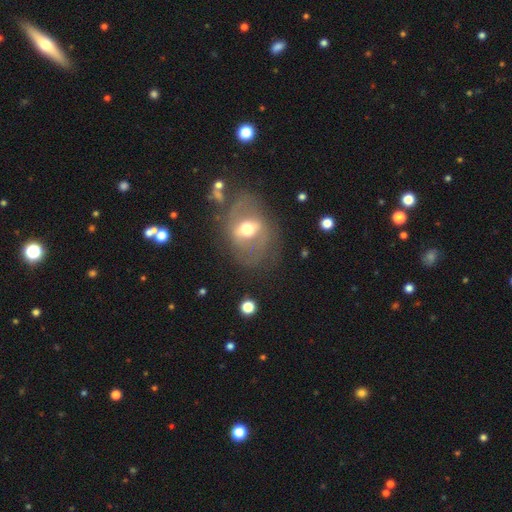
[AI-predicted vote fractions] featured or disk 59%, smooth 29%, star or artifact 12%. Down the decision tree: edge-on disk — no (92%); bar — weak (46%); spiral arms — no (53%); bulge size — moderate (70%); merging — none (63%).